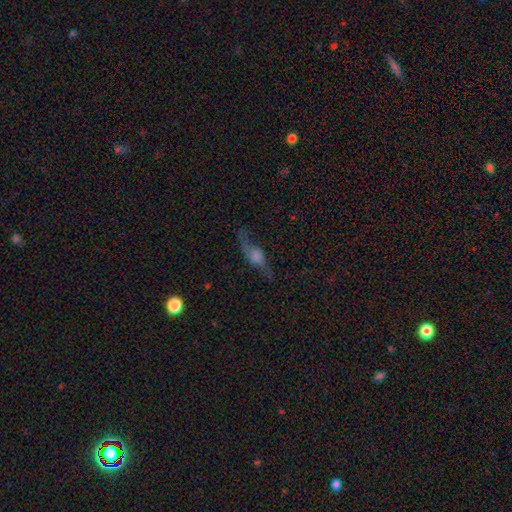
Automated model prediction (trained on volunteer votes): Smooth or featured?
  - featured or disk: 64% *
  - smooth: 23%
  - star or artifact: 12%
Edge-on disk?
  - no: 56% *
  - yes: 44%
Merging?
  - none: 61% *
  - minor disturbance: 20%
  - major disturbance: 17%
  - merger: 2%